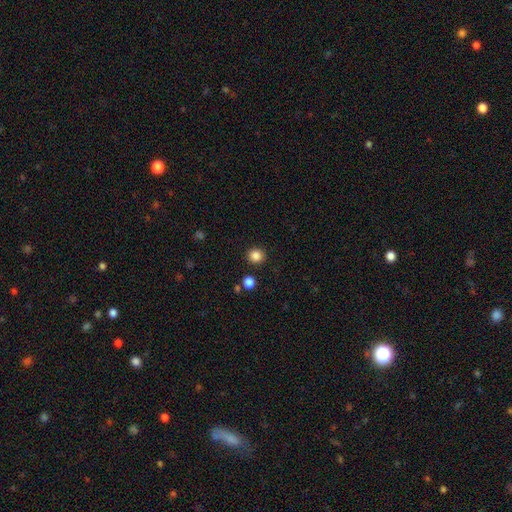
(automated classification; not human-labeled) Smooth or featured? smooth (86%)
How rounded? round (89%)
Merging? none (90%)